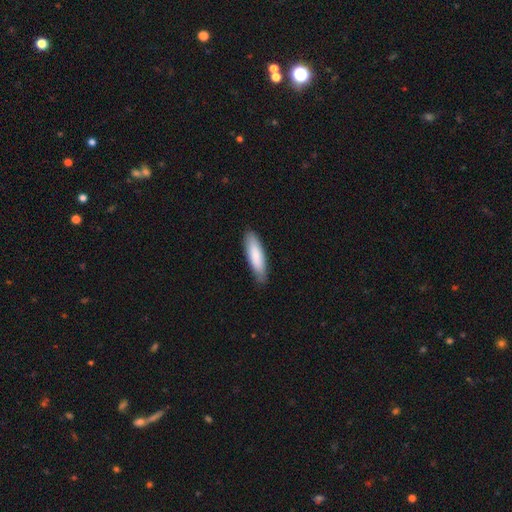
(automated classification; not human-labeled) smooth-or-featured: smooth: 82% | featured or disk: 13% | star or artifact: 5%
  how-rounded: cigar-shaped: 63% | in between: 35% | round: 1%
  merging: none: 85% | minor disturbance: 12% | major disturbance: 2% | merger: 1%